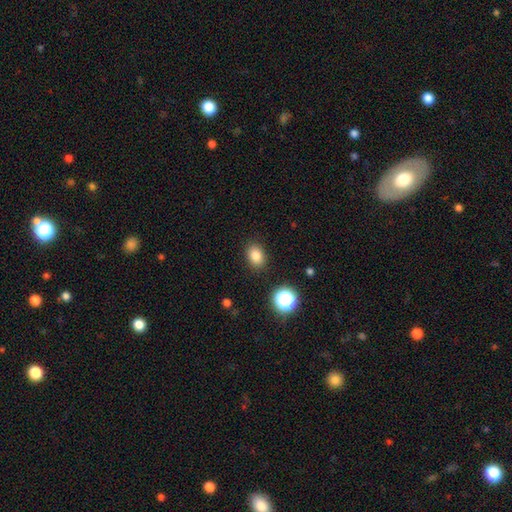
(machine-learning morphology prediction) type=smooth (82%); roundness=in between (64%); merging=none (88%).